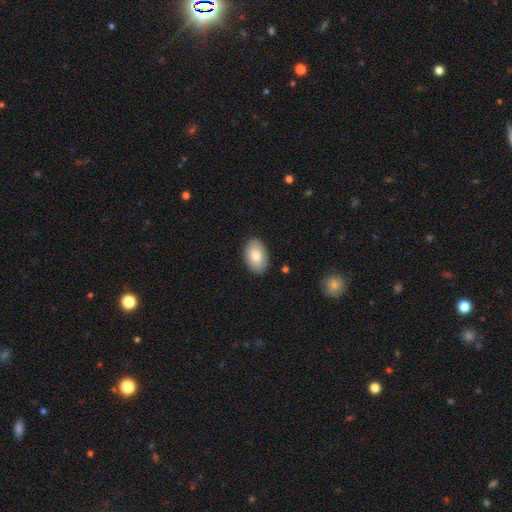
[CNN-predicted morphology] type=smooth (81%); roundness=in between (92%); merging=none (88%).